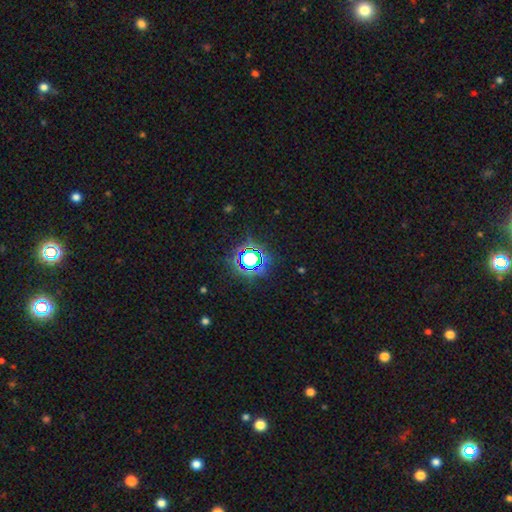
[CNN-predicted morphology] smooth-or-featured: star or artifact: 72% | smooth: 19% | featured or disk: 10%